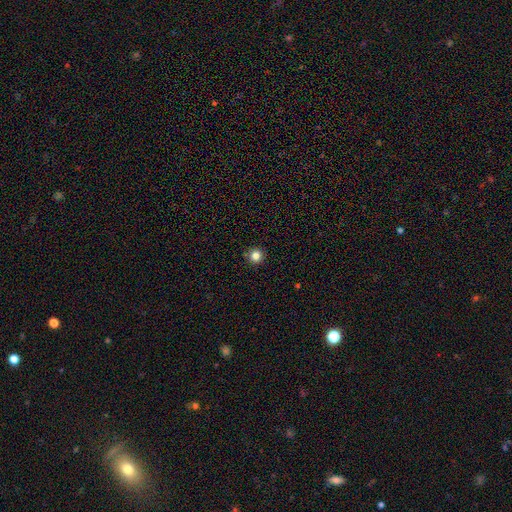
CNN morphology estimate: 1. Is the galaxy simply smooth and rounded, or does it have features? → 82% smooth, 13% star or artifact, 5% featured or disk.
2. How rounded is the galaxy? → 96% round, 4% in between, 1% cigar-shaped.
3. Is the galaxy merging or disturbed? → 91% none, 6% minor disturbance, 2% major disturbance, 2% merger.